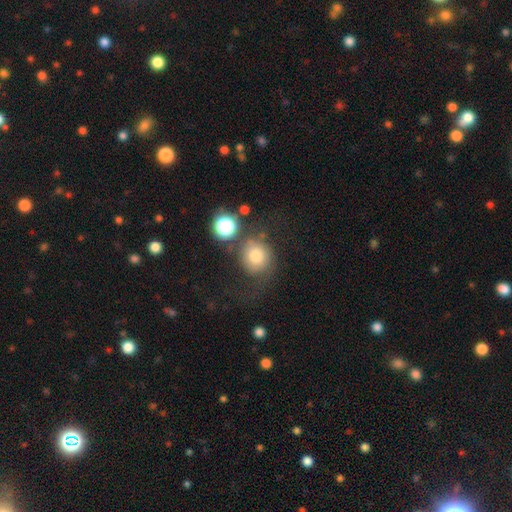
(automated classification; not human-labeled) Smooth or featured? Predicted: smooth (p=0.72). How rounded? Predicted: round (p=0.80). Merging? Predicted: none (p=0.53).